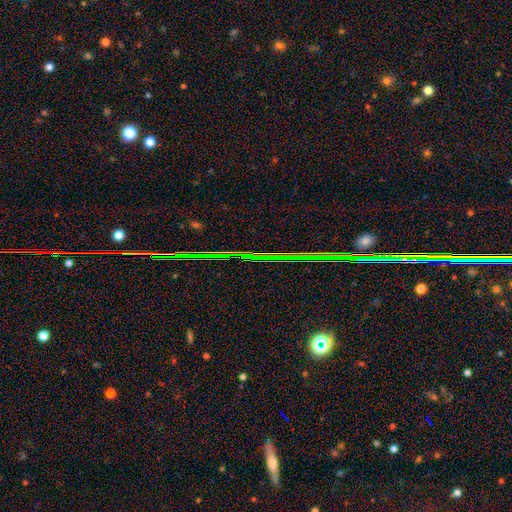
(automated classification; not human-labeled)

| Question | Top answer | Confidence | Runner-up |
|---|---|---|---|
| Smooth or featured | star or artifact | 83% | smooth (9%) |